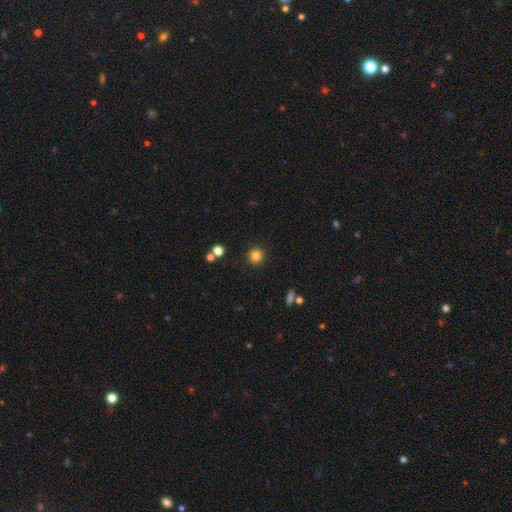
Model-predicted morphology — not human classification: This is clearly a smooth galaxy (82%). How rounded: clearly round (94%). Merging: clearly none (90%).